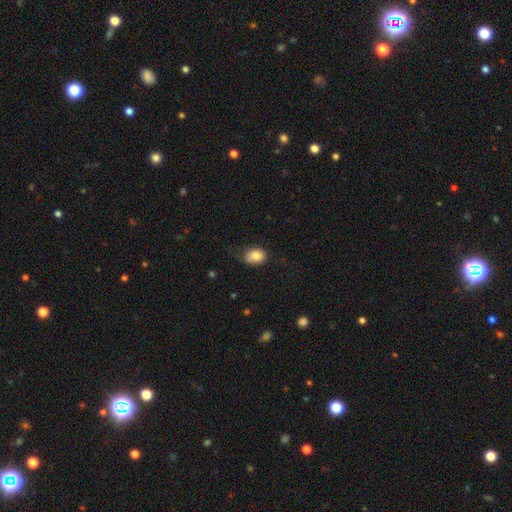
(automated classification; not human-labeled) Smooth or featured: smooth — 81% (star or artifact — 9%)
How rounded: in between — 51% (round — 48%)
Merging: none — 50% (minor disturbance — 33%)